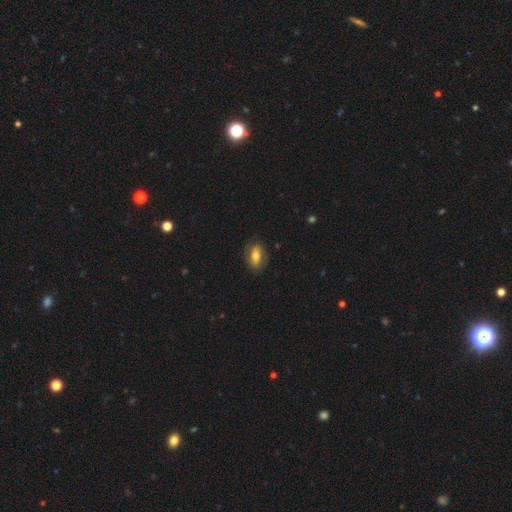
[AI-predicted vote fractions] A smooth galaxy with no disk features (66%) that is in between round and cigar-shaped (82%).

Vote fractions:
- Smooth or featured? smooth: 66% / featured or disk: 26% / star or artifact: 8%
- How rounded? in between: 82% / round: 10% / cigar-shaped: 8%
- Merging? none: 79% / minor disturbance: 15% / major disturbance: 4% / merger: 1%